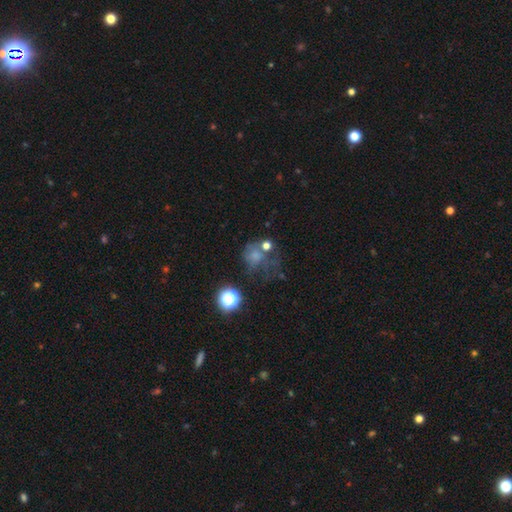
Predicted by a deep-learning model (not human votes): This is possibly a smooth galaxy (55%). How rounded: likely round (71%). Merging: marginally none (34%).